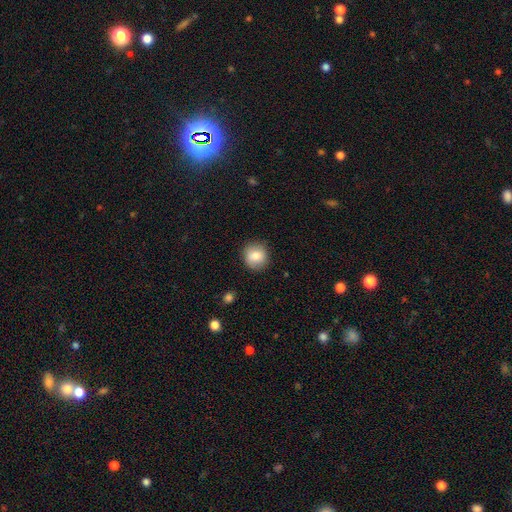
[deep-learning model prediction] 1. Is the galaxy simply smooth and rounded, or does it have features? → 81% smooth, 10% featured or disk, 9% star or artifact.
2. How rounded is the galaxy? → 91% round, 8% in between, 1% cigar-shaped.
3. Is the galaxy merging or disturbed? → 88% none, 9% minor disturbance, 2% major disturbance, 1% merger.